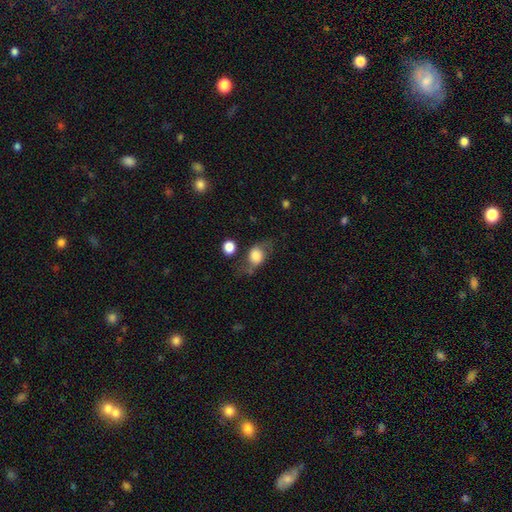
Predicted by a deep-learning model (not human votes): Smooth or featured?
  - smooth: 66% *
  - featured or disk: 25%
  - star or artifact: 9%
How rounded?
  - in between: 57% *
  - round: 40%
  - cigar-shaped: 3%
Merging?
  - none: 48% *
  - minor disturbance: 26%
  - major disturbance: 19%
  - merger: 7%